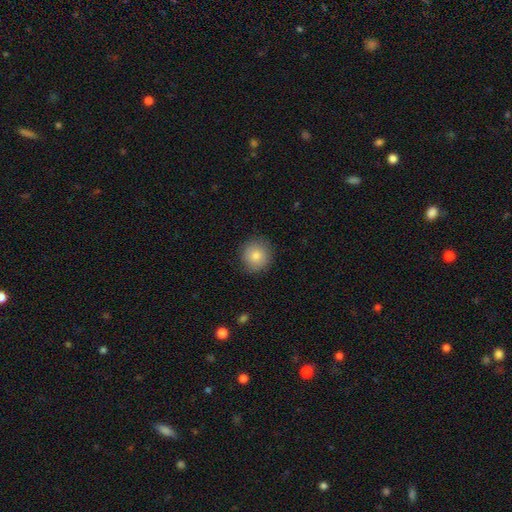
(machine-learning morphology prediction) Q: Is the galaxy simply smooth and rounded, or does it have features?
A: smooth — 80%.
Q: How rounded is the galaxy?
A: round — 91%.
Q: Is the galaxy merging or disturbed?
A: none — 86%.